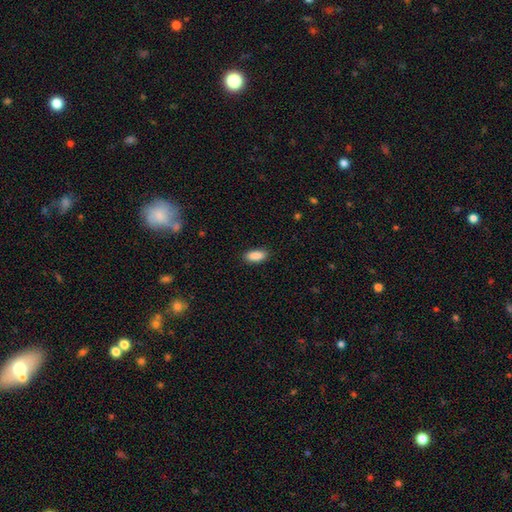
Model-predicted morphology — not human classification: A smooth galaxy with no disk features (89%) that is in between round and cigar-shaped (85%). Merging: none (88%).